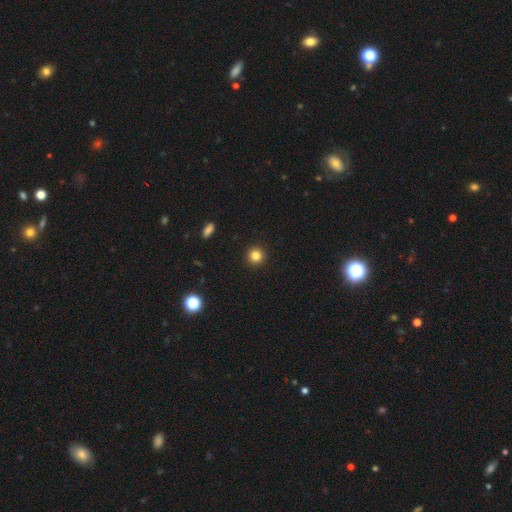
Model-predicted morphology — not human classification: smooth-or-featured: smooth: 83% | star or artifact: 12% | featured or disk: 5%
  how-rounded: round: 95% | in between: 4% | cigar-shaped: 1%
  merging: none: 93% | minor disturbance: 4% | major disturbance: 2% | merger: 1%